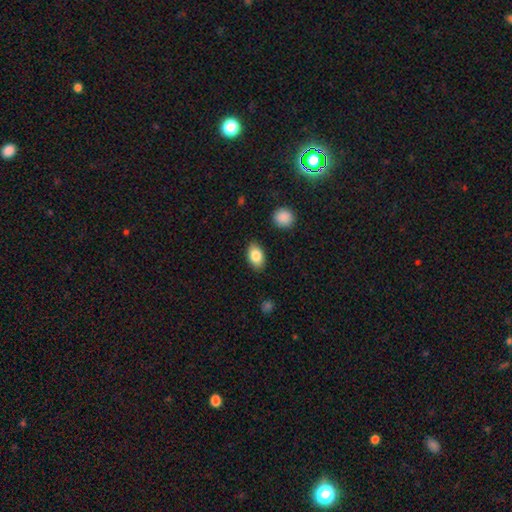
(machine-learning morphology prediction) This is clearly a smooth galaxy (85%). How rounded: clearly in between (88%). Merging: clearly none (86%).